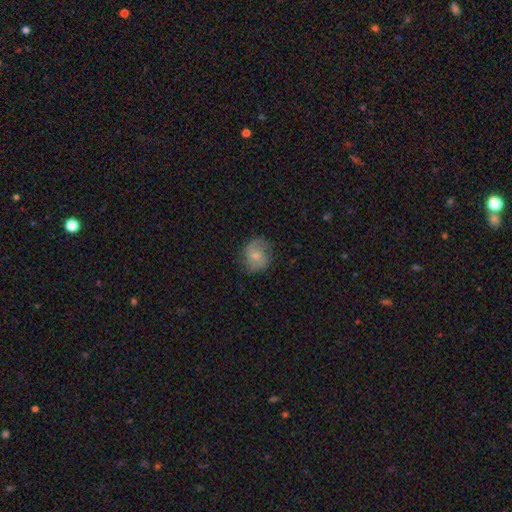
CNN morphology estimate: smooth-or-featured: smooth: 51% | featured or disk: 41% | star or artifact: 8%
  how-rounded: round: 70% | in between: 29% | cigar-shaped: 1%
  merging: none: 70% | minor disturbance: 21% | major disturbance: 7% | merger: 1%